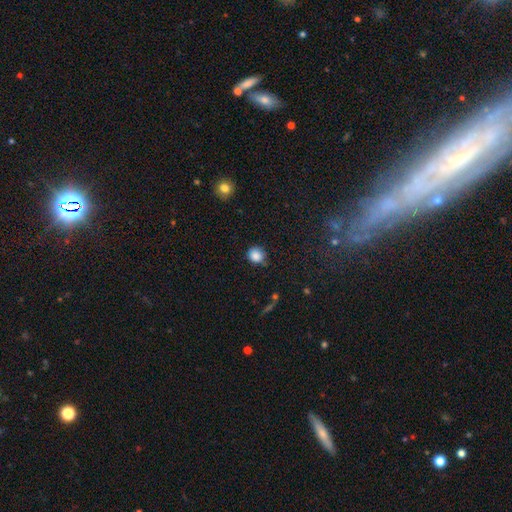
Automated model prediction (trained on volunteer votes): Q: Smooth or featured?
A: smooth (86%); runner-up: star or artifact (10%)
Q: How rounded?
A: round (84%); runner-up: in between (15%)
Q: Merging?
A: none (75%); runner-up: minor disturbance (19%)